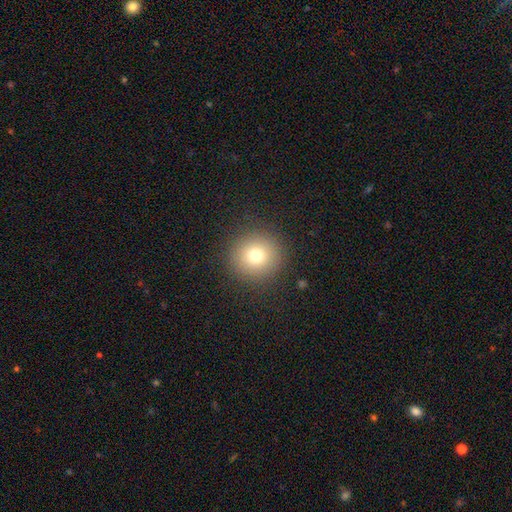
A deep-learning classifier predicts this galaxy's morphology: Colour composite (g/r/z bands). It shows a smooth galaxy with no disk features (76%) that is round (94%). Merging: none (90%).